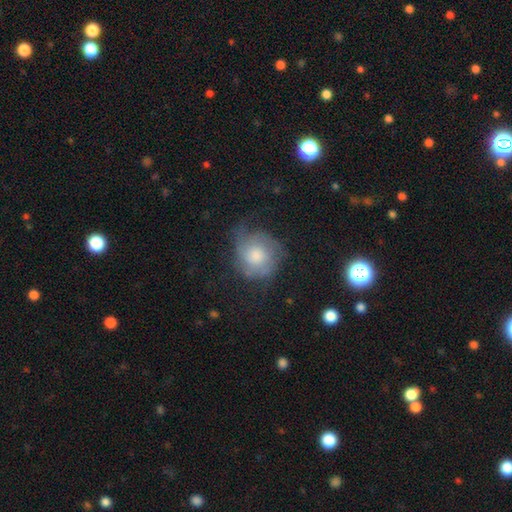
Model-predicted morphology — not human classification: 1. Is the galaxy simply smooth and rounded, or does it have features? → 45% featured or disk (tied), 45% smooth (tied), 9% star or artifact.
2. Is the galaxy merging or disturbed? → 53% none, 28% minor disturbance, 17% major disturbance, 2% merger.